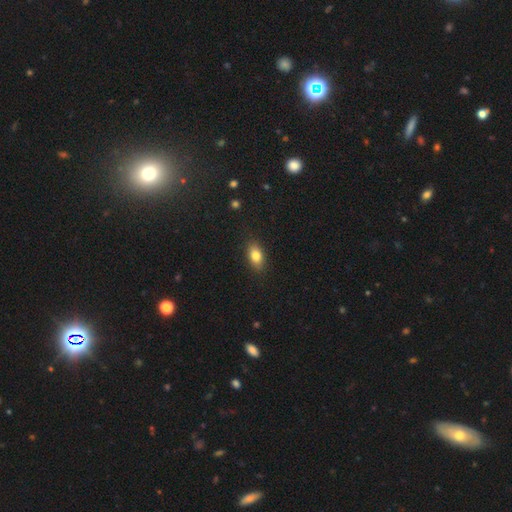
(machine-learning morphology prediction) This appears to be a smooth galaxy with no disk features (82%) that is in between round and cigar-shaped (87%). Merging: none (86%).